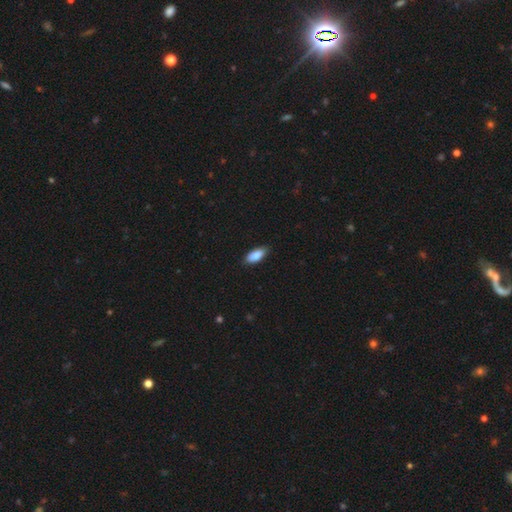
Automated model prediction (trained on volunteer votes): Q: Smooth or featured?
A: smooth (86%); runner-up: featured or disk (8%)
Q: How rounded?
A: in between (82%); runner-up: cigar-shaped (16%)
Q: Merging?
A: none (85%); runner-up: minor disturbance (12%)